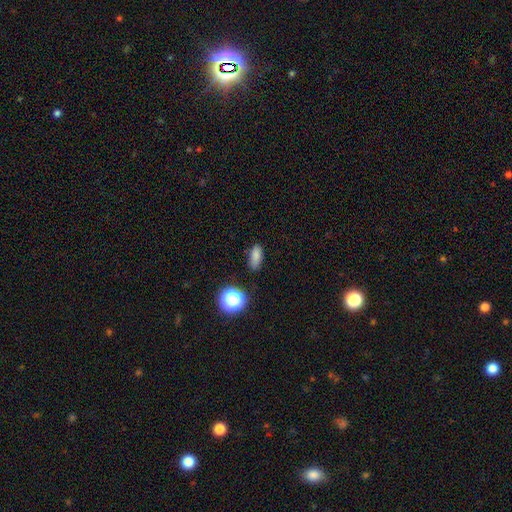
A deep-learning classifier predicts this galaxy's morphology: Smooth or featured? smooth (80%)
How rounded? in between (79%)
Merging? none (77%)